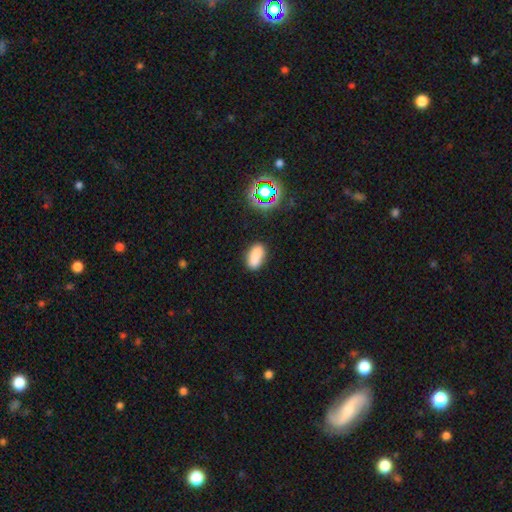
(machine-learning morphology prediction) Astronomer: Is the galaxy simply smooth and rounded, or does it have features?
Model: smooth — 81%.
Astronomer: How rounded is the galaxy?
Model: in between — 88%.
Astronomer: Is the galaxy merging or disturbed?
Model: none — 80%.